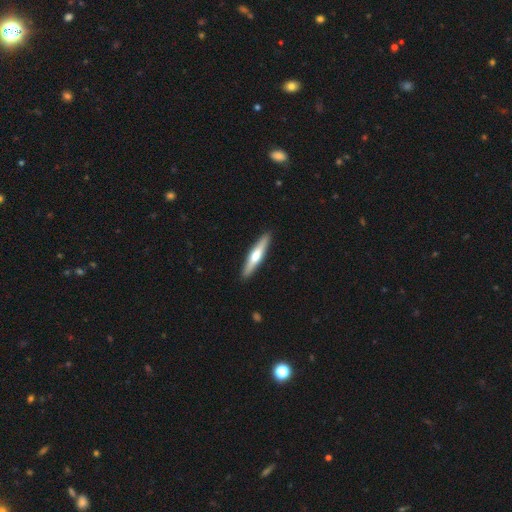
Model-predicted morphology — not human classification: smooth-or-featured: featured or disk: 50% | smooth: 46% | star or artifact: 5%
  merging: none: 91% | minor disturbance: 7% | major disturbance: 1% | merger: 1%